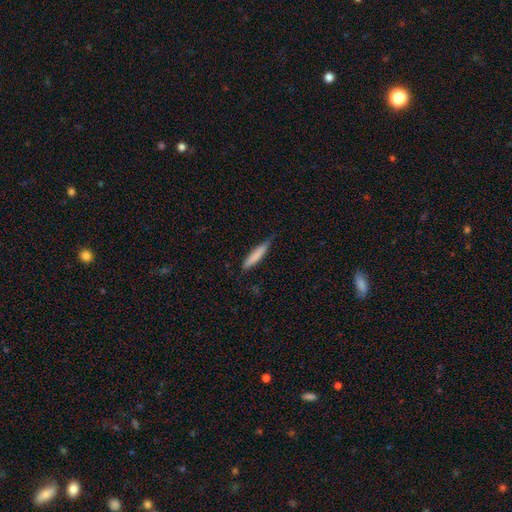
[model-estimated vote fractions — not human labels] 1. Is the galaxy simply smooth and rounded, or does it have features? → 79% smooth, 15% featured or disk, 6% star or artifact.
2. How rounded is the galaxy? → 90% cigar-shaped, 9% in between, 1% round.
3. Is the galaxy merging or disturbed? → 67% none, 27% minor disturbance, 4% major disturbance, 2% merger.